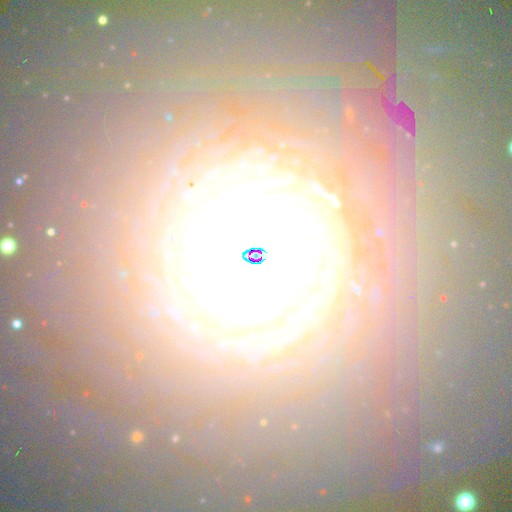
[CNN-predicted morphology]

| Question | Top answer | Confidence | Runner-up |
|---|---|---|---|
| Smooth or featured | featured or disk | 50% | star or artifact (29%) |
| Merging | none | 81% | minor disturbance (10%) |